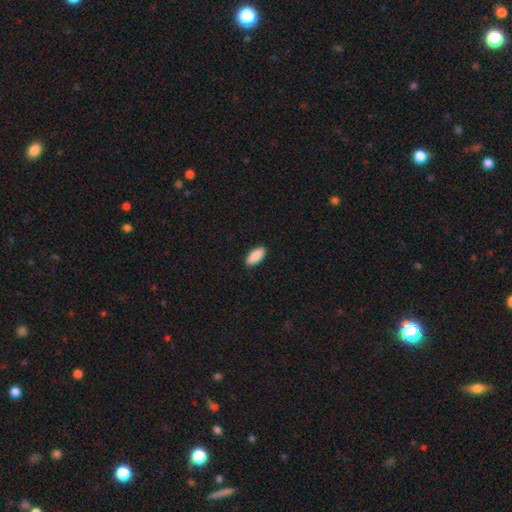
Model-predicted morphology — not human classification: Overall: smooth (90%). How rounded: in between (84%). Merging: none (90%).